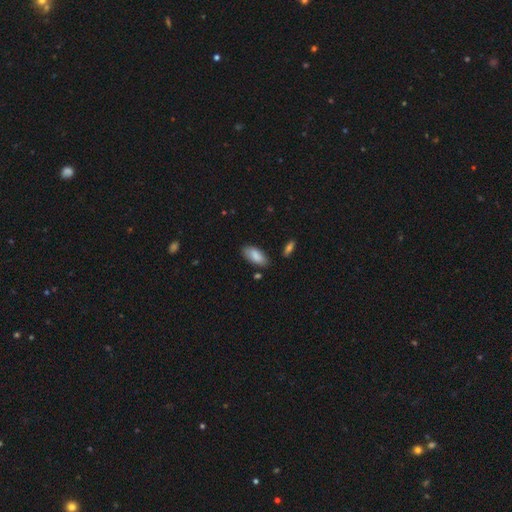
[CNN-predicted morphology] Q: Smooth or featured?
A: smooth (83%); runner-up: featured or disk (10%)
Q: How rounded?
A: in between (89%); runner-up: cigar-shaped (9%)
Q: Merging?
A: none (76%); runner-up: minor disturbance (18%)